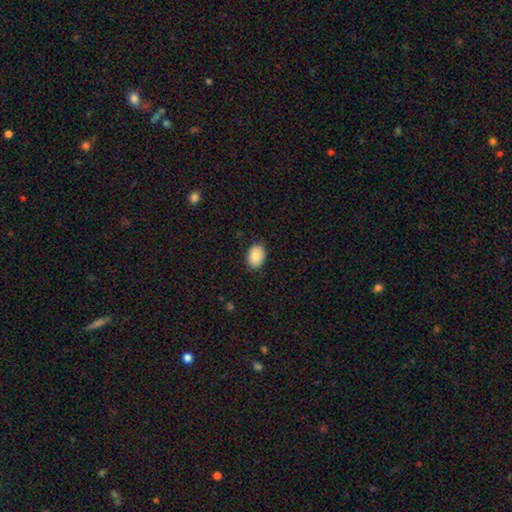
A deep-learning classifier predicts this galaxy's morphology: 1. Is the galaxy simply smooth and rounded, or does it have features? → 86% smooth, 7% star or artifact, 7% featured or disk.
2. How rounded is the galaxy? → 84% in between, 15% round, 1% cigar-shaped.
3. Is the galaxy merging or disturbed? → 85% none, 12% minor disturbance, 2% major disturbance, 1% merger.